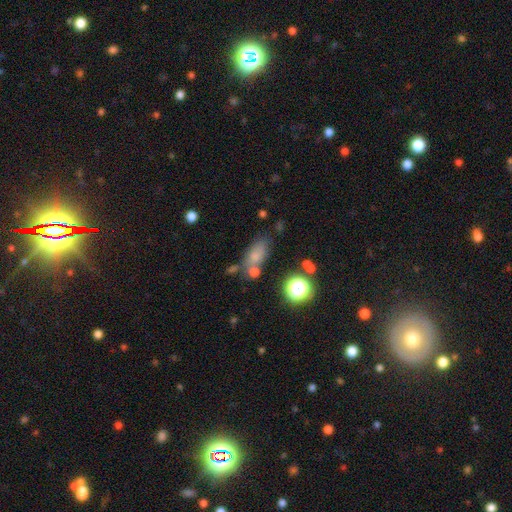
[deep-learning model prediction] Smooth or featured? Predicted: smooth (p=0.71). How rounded? Predicted: in between (p=0.77). Merging? Predicted: none (p=0.57).